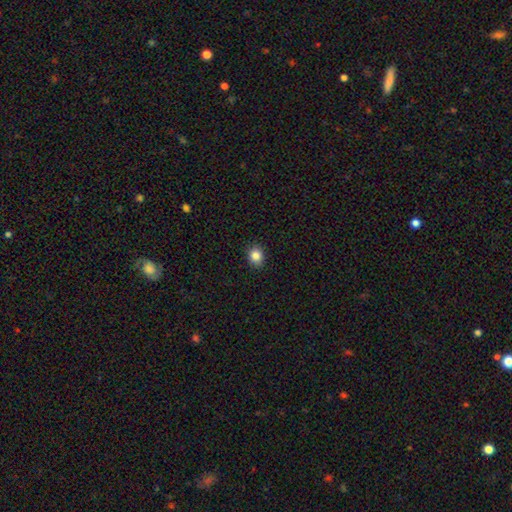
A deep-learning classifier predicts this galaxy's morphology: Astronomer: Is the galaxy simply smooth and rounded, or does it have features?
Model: smooth — 85%.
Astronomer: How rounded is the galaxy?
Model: round — 64%.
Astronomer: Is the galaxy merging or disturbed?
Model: none — 90%.